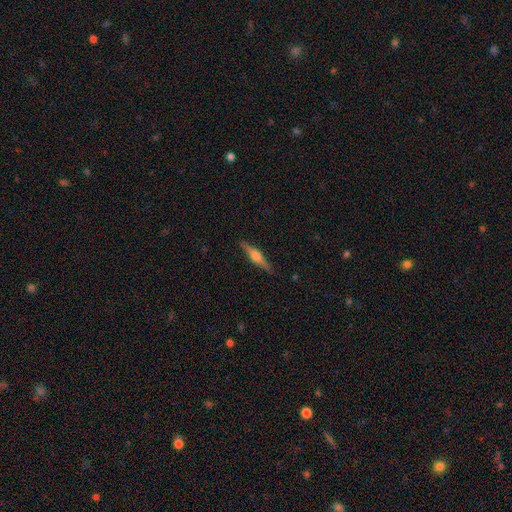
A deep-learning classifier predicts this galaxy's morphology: A featured or disk galaxy (71%) viewed edge-on (98%) with a rounded central bulge (85%). Merging: none (89%).